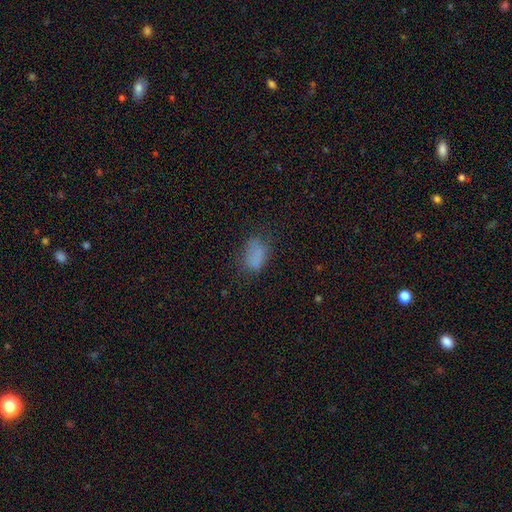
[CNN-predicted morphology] This is likely a smooth galaxy (74%). How rounded: clearly in between (84%). Merging: possibly none (58%).